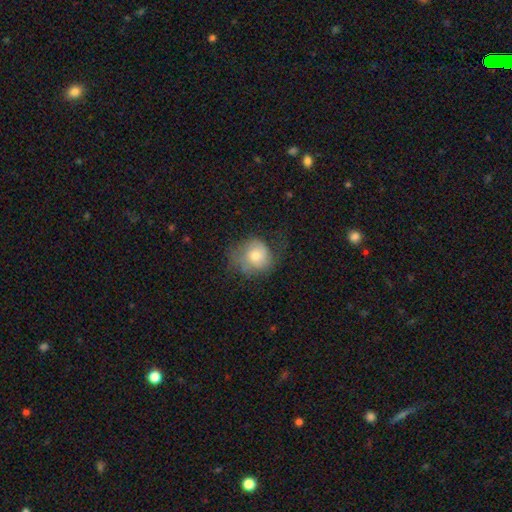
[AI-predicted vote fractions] This is likely a smooth galaxy (61%). How rounded: likely round (75%). Merging: marginally none (45%).